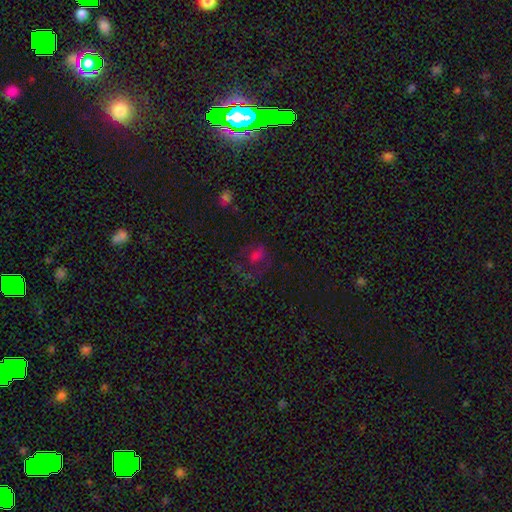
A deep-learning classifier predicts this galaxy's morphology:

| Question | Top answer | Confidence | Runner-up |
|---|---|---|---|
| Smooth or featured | smooth | 46% | star or artifact (30%) |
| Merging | none | 42% | major disturbance (33%) |